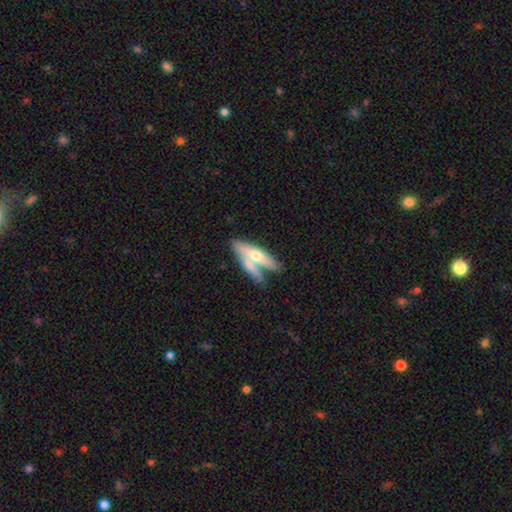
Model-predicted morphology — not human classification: smooth 52%, featured or disk 43%, star or artifact 5%. Down the decision tree: how rounded — cigar-shaped (62%); merging — merger (43%).